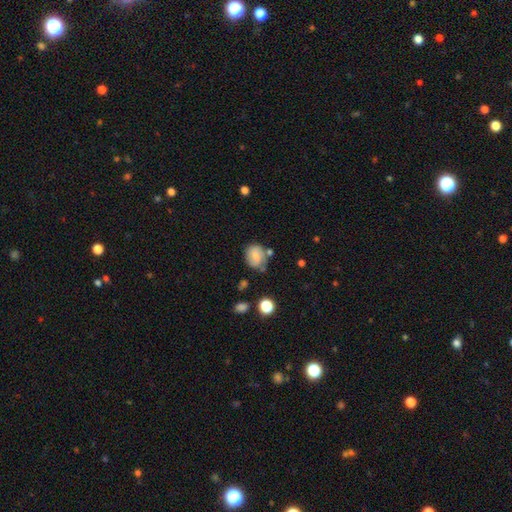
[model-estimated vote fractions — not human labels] A smooth galaxy with no disk features (64%) that is round (51%).

Vote fractions:
- Smooth or featured? smooth: 64% / featured or disk: 26% / star or artifact: 10%
- How rounded? round: 51% / in between: 48% / cigar-shaped: 1%
- Merging? none: 53% / minor disturbance: 28% / major disturbance: 10% / merger: 9%